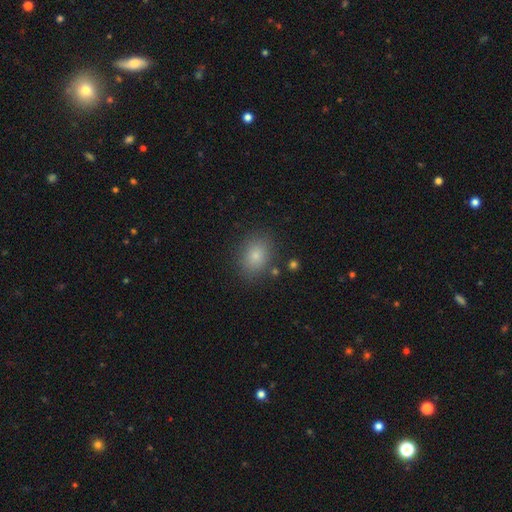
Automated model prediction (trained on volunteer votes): Smooth or featured? Predicted: smooth (p=0.81). How rounded? Predicted: in between (p=0.58). Merging? Predicted: none (p=0.83).